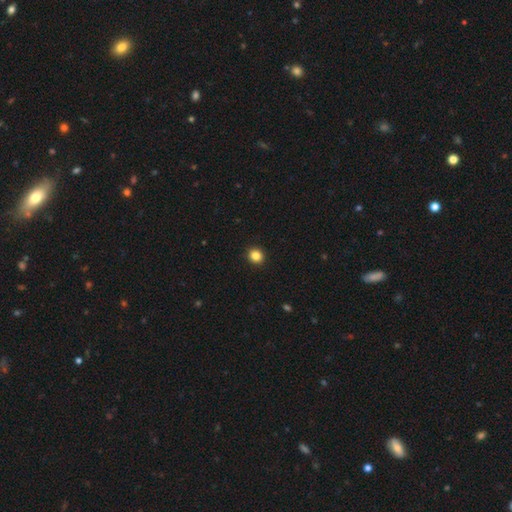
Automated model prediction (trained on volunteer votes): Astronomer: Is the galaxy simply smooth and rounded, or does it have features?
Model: smooth — 85%.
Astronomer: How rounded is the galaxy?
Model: round — 89%.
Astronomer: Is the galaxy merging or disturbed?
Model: none — 93%.